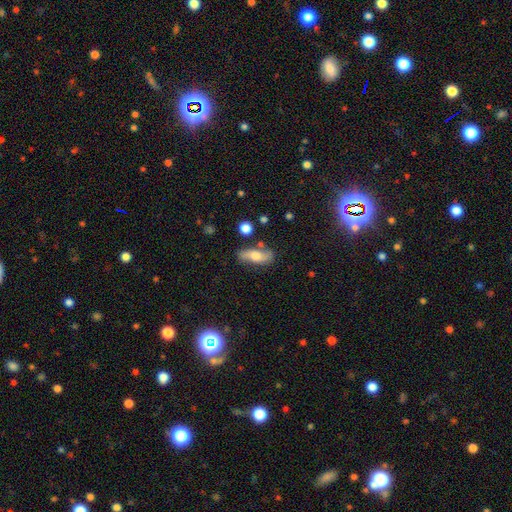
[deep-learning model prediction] smooth_or_featured: smooth (p=0.52) [alt: featured or disk p=0.40]
how_rounded: in between (p=0.66) [alt: cigar-shaped p=0.28]
merging: none (p=0.70) [alt: minor disturbance p=0.19]